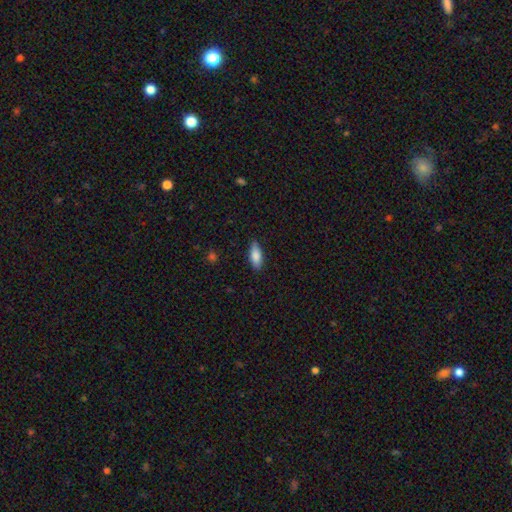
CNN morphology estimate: type=smooth (84%); roundness=in between (71%); merging=none (85%).